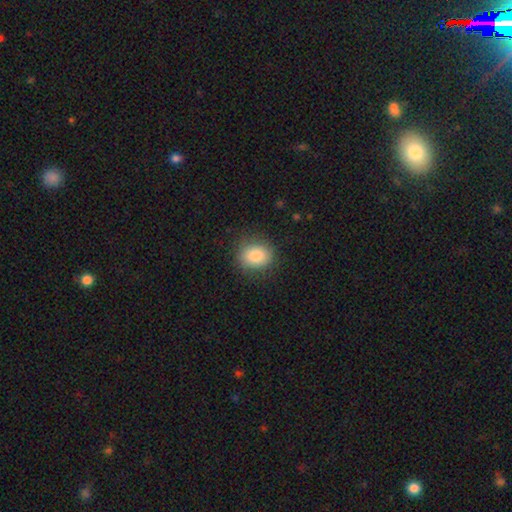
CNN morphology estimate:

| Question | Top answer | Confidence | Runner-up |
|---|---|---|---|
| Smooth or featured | smooth | 85% | star or artifact (8%) |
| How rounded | round | 64% | in between (35%) |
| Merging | none | 83% | minor disturbance (12%) |